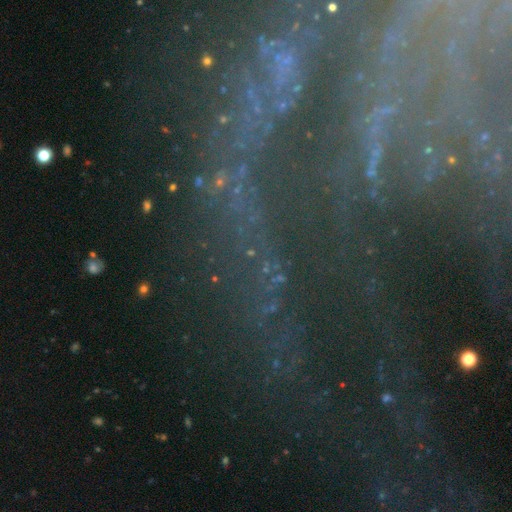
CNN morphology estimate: This appears to be a star or artifact, not a galaxy (45%).